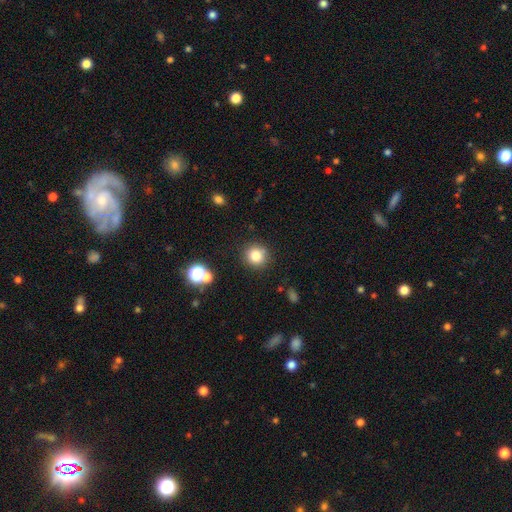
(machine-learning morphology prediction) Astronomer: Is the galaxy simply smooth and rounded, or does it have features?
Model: smooth — 81%.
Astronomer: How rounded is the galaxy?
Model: round — 92%.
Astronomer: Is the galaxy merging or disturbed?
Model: none — 87%.